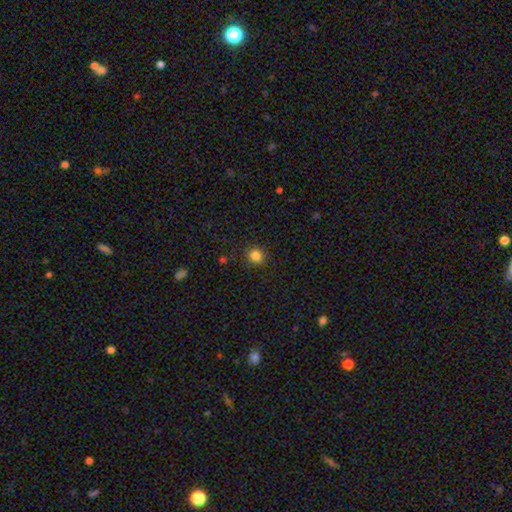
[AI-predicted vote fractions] Q: Smooth or featured?
A: smooth (83%); runner-up: star or artifact (12%)
Q: How rounded?
A: round (86%); runner-up: in between (13%)
Q: Merging?
A: none (90%); runner-up: minor disturbance (7%)